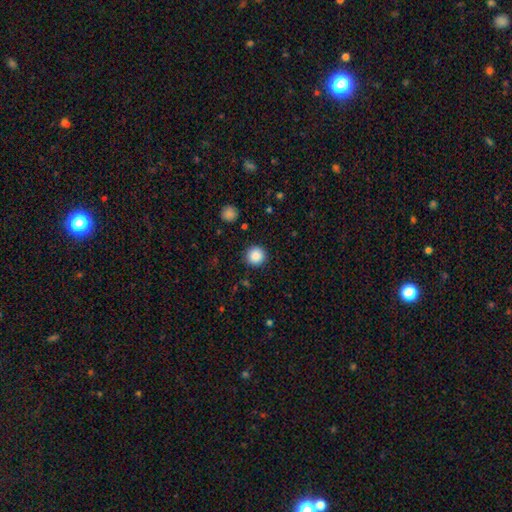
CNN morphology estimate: This appears to be a smooth galaxy with no disk features (87%) that is round (95%). Merging: none (90%).